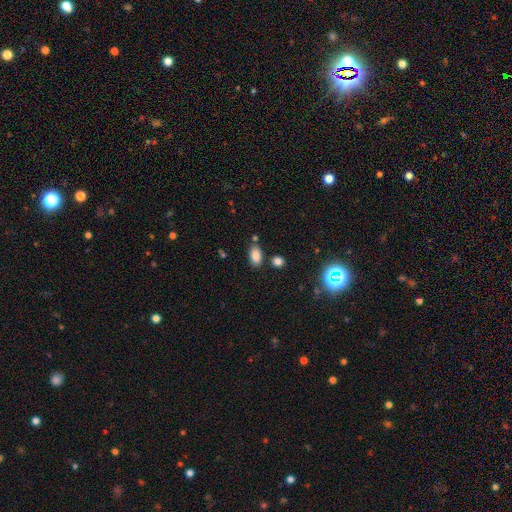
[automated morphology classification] smooth 84%, star or artifact 11%, featured or disk 5%. Down the decision tree: how rounded — in between (90%); merging — none (77%).